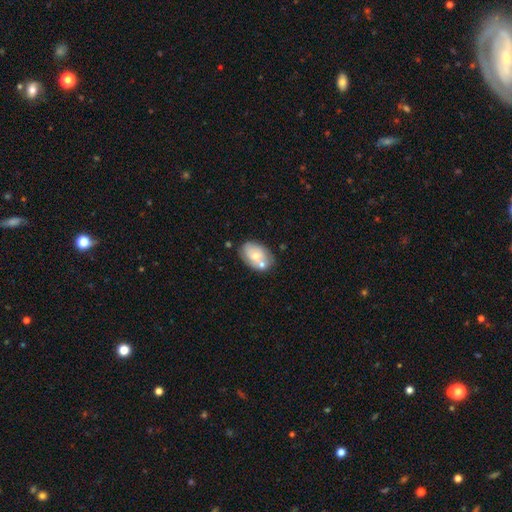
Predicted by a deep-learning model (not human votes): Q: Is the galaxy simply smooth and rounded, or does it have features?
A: smooth — 59%.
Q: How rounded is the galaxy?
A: in between — 86%.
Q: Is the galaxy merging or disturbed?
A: none — 56%.